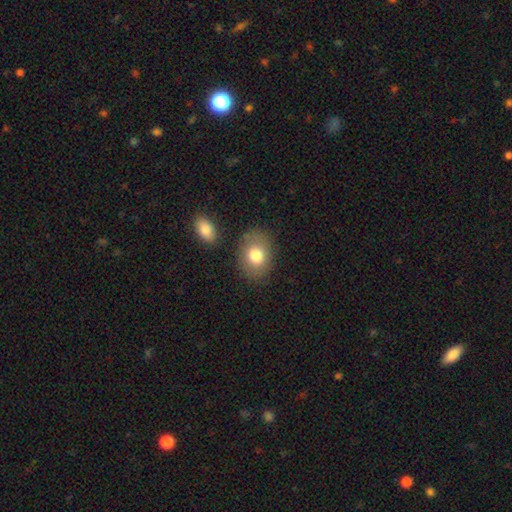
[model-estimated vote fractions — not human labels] Overall: smooth (79%). How rounded: in between (64%; round 35%). Merging: none (78%).